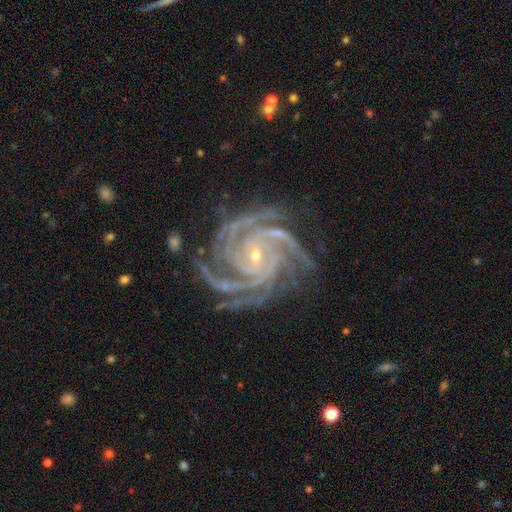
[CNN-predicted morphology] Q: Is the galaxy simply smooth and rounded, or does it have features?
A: featured or disk — 93%.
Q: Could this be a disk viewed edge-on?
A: no — 98%.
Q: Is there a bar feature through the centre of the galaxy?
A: no — 57%.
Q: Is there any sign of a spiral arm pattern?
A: yes — 99%.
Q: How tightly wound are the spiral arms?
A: tight — 73%.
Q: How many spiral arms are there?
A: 4 — 41%.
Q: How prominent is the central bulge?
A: small — 80%.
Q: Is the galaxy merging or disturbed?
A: none — 76%.